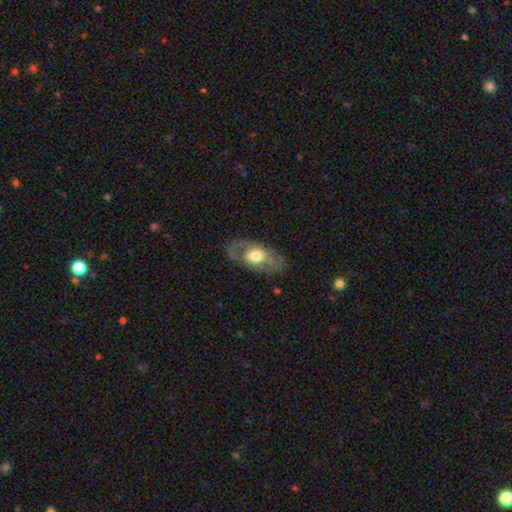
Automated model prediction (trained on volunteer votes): Morphology: type=featured or disk (62%); edge-on=no (89%); bar=no (75%); spiral arms=yes (51%); bulge=moderate (54%); merging=none (72%).